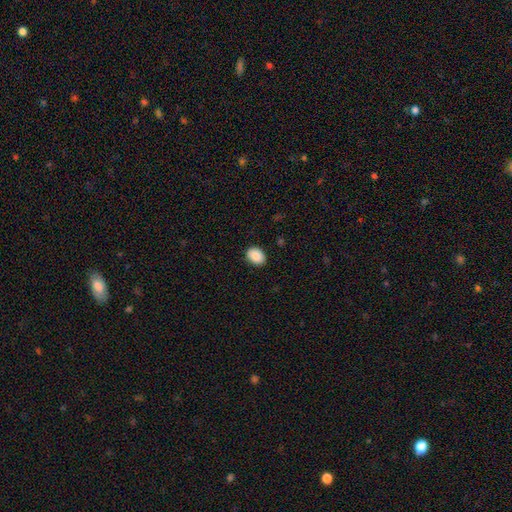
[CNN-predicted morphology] This is clearly a smooth galaxy (88%). How rounded: likely in between (77%). Merging: clearly none (88%).